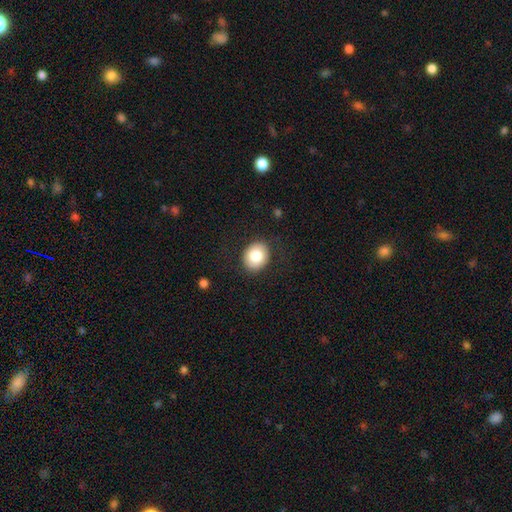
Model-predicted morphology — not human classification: smooth_or_featured: smooth (p=0.81) [alt: featured or disk p=0.12]
how_rounded: round (p=0.58) [alt: in between p=0.41]
merging: none (p=0.83) [alt: minor disturbance p=0.11]